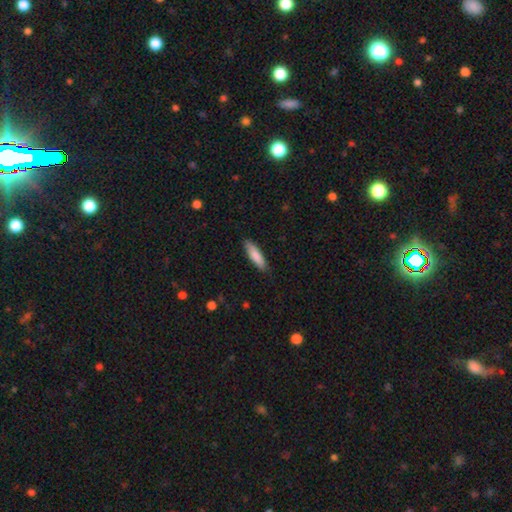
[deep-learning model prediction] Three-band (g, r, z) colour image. It shows a smooth galaxy with no disk features (85%) that is cigar-shaped (63%). Merging: none (87%).